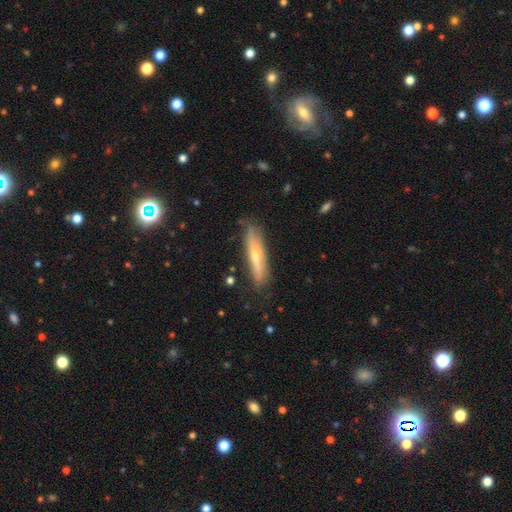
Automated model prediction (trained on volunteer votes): Smooth or featured? Predicted: featured or disk (p=0.46). Merging? Predicted: none (p=0.82).